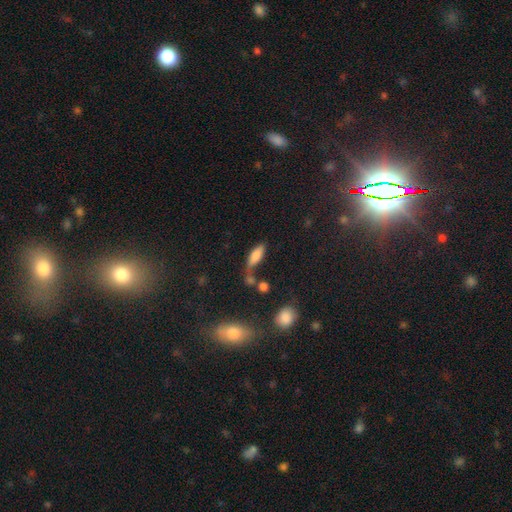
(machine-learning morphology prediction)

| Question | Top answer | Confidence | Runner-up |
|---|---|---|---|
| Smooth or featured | smooth | 75% | featured or disk (15%) |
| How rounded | in between | 66% | cigar-shaped (31%) |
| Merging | none | 42% | merger (23%) |